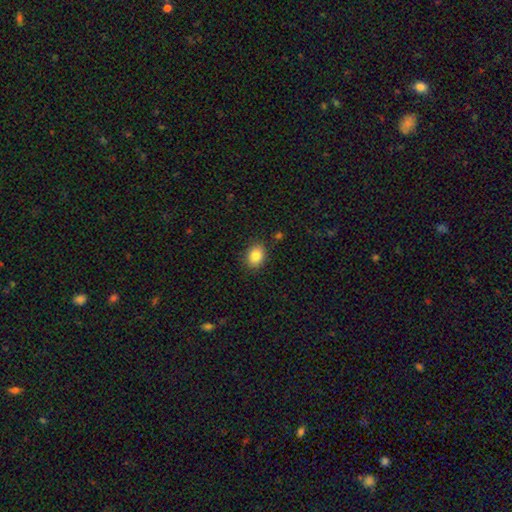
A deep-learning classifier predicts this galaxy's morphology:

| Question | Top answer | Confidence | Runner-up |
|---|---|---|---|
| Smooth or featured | smooth | 84% | star or artifact (9%) |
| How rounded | in between | 60% | round (39%) |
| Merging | none | 87% | minor disturbance (9%) |